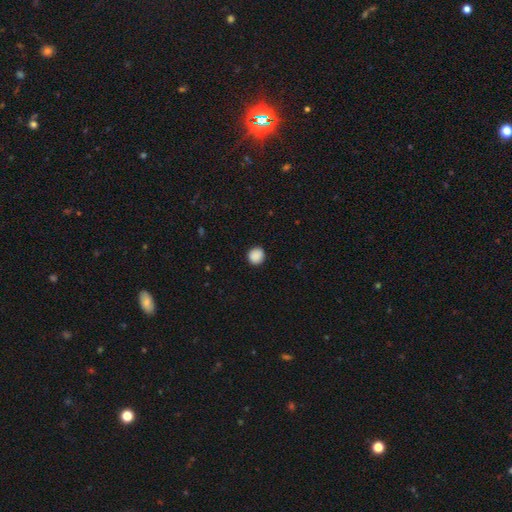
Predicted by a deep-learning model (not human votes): This appears to be a smooth galaxy with no disk features (89%) that is round (91%). Merging: none (92%).